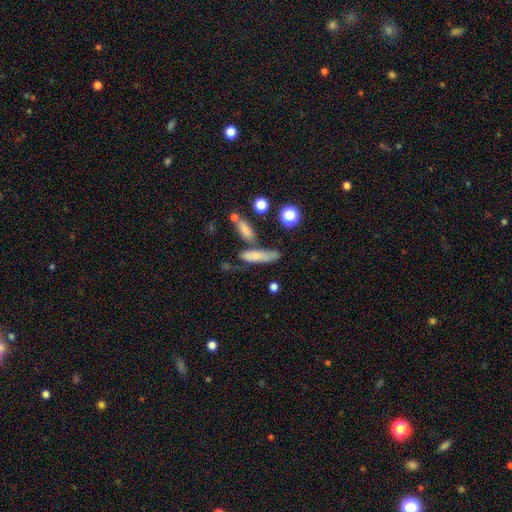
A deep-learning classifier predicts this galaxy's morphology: Smooth or featured?
  - smooth: 70% *
  - featured or disk: 20%
  - star or artifact: 10%
How rounded?
  - cigar-shaped: 63% *
  - in between: 32%
  - round: 5%
Merging?
  - none: 48% *
  - merger: 23%
  - minor disturbance: 20%
  - major disturbance: 9%